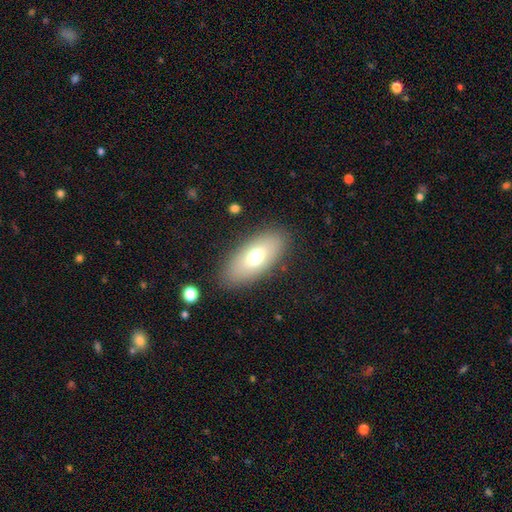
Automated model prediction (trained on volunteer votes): Overall: smooth (66%; featured or disk 26%). How rounded: in between (86%). Merging: none (86%).